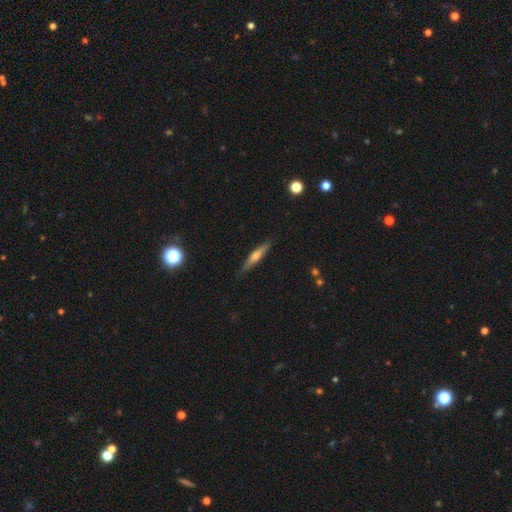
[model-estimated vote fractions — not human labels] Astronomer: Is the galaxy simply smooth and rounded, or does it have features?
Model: featured or disk — 47% (runner-up: smooth, 46%).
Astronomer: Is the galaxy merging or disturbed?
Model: none — 86%.